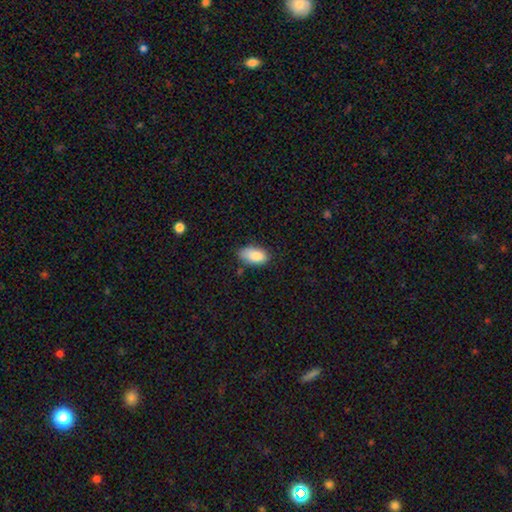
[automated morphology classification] Smooth or featured? Predicted: smooth (p=0.85). How rounded? Predicted: in between (p=0.93). Merging? Predicted: none (p=0.64).